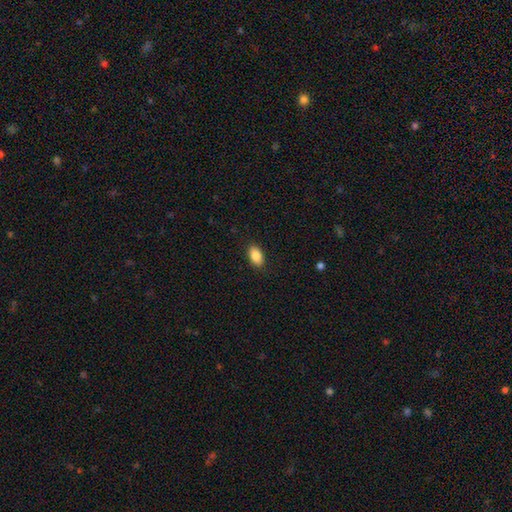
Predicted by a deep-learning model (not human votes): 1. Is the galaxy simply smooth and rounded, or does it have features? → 87% smooth, 7% star or artifact, 6% featured or disk.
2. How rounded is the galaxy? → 92% in between, 5% round, 3% cigar-shaped.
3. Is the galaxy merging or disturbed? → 89% none, 8% minor disturbance, 2% major disturbance, 1% merger.